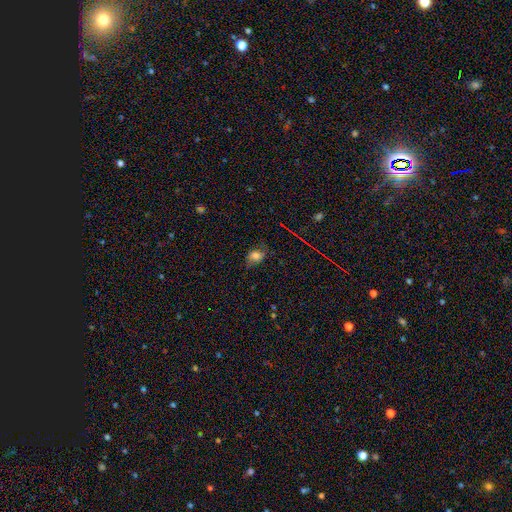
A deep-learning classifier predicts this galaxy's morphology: Overall: smooth (68%). How rounded: in between (66%; round 32%). Merging: none (63%; minor disturbance 26%).